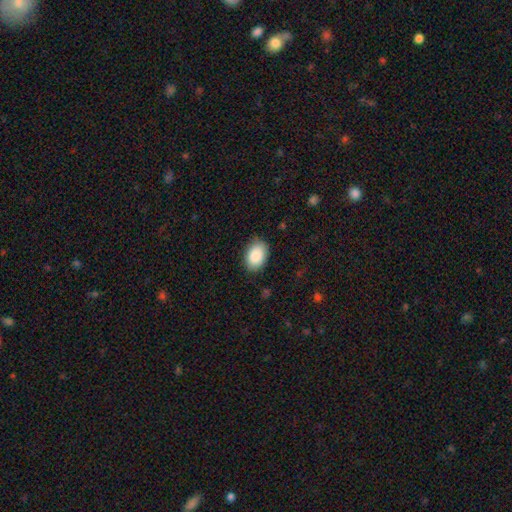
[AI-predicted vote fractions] smooth 89%, star or artifact 7%, featured or disk 4%. Down the decision tree: how rounded — in between (85%); merging — none (84%).